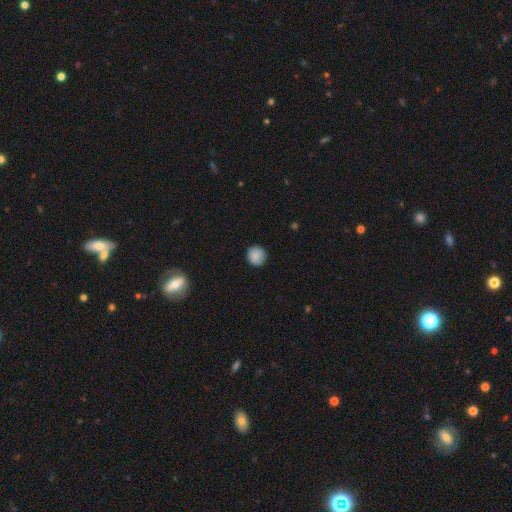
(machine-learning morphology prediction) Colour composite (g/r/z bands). It shows a smooth galaxy with no disk features (86%) that is round (92%). Merging: none (89%).